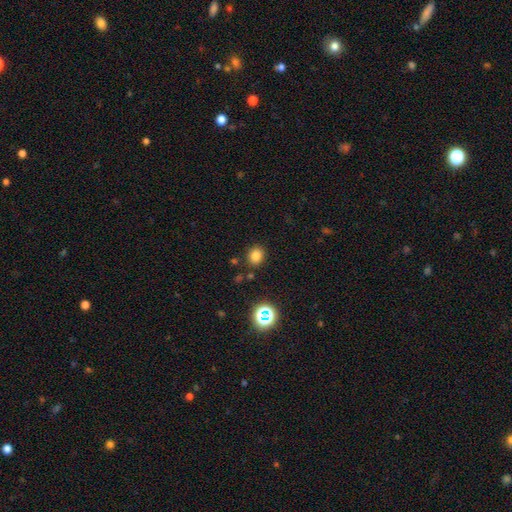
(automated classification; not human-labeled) Smooth or featured?
  - smooth: 79% *
  - star or artifact: 16%
  - featured or disk: 5%
How rounded?
  - round: 61% *
  - in between: 38%
  - cigar-shaped: 1%
Merging?
  - none: 85% *
  - minor disturbance: 9%
  - merger: 3%
  - major disturbance: 3%